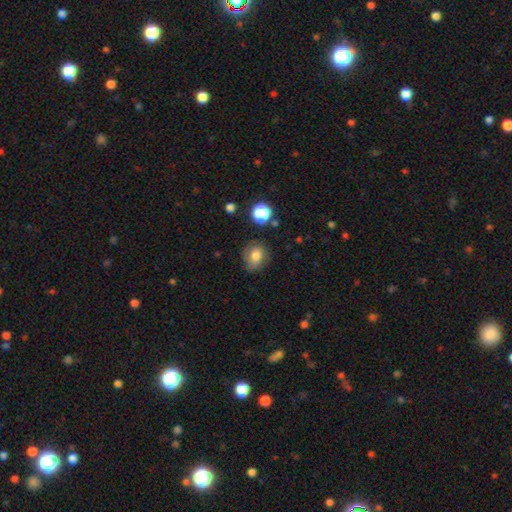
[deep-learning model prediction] Smooth or featured?
  - smooth: 75% *
  - featured or disk: 13%
  - star or artifact: 12%
How rounded?
  - round: 68% *
  - in between: 31%
  - cigar-shaped: 1%
Merging?
  - none: 78% *
  - minor disturbance: 15%
  - major disturbance: 4%
  - merger: 2%